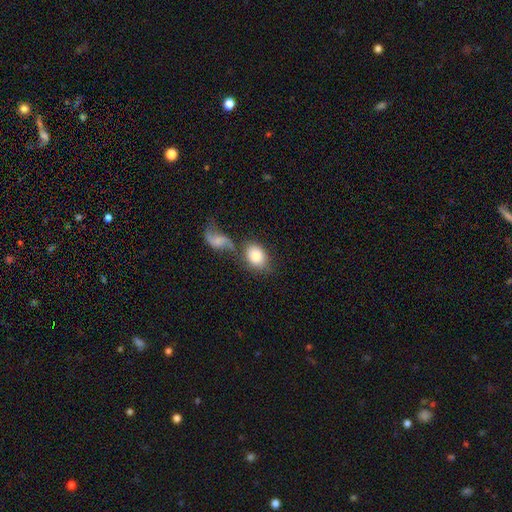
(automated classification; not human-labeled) A smooth galaxy with no disk features (80%) that is in between round and cigar-shaped (73%). Merging: none (50%).